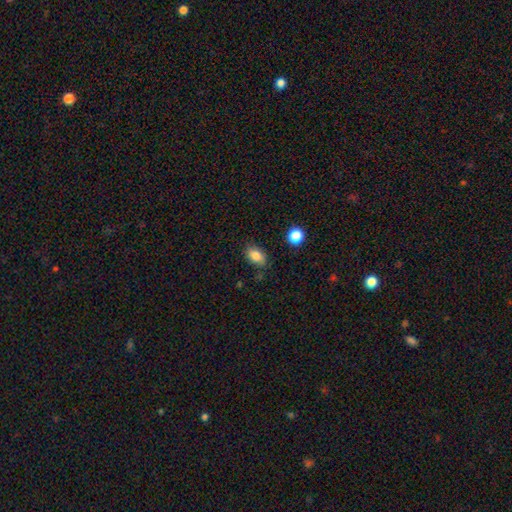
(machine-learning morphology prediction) A smooth galaxy with no disk features (85%) that is in between round and cigar-shaped (87%). Merging: none (78%).